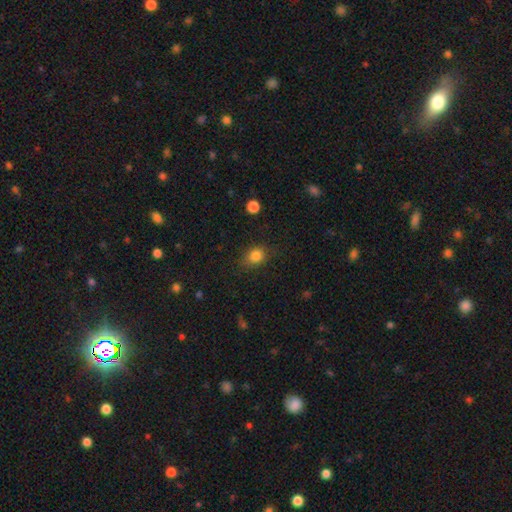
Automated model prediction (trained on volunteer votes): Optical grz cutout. It shows a smooth galaxy with no disk features (83%) that is in between round and cigar-shaped (53%). Merging: none (78%).